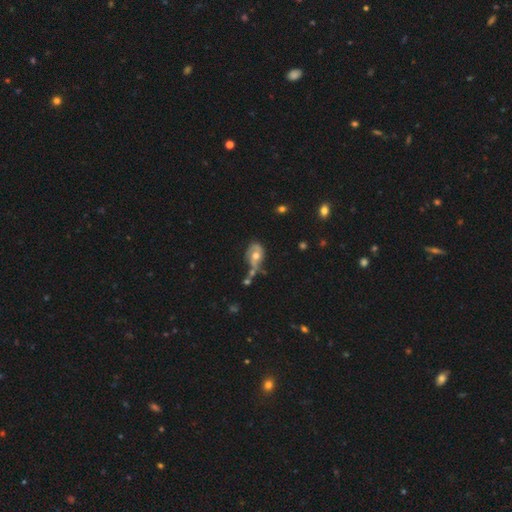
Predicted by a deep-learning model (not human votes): Smooth or featured? Predicted: featured or disk (p=0.56). Edge-on disk? Predicted: no (p=0.95). Bar? Predicted: no (p=0.75). Spiral arms? Predicted: yes (p=0.61). Bulge size? Predicted: moderate (p=0.75). Merging? Predicted: none (p=0.27).